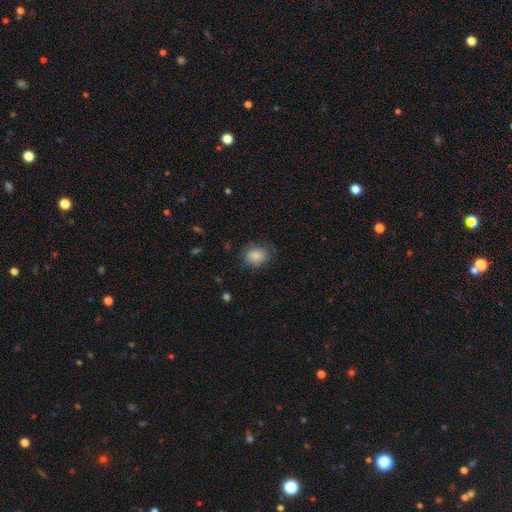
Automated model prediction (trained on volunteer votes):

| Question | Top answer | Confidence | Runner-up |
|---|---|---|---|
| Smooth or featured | smooth | 86% | star or artifact (8%) |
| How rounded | round | 58% | in between (41%) |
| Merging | none | 72% | minor disturbance (21%) |